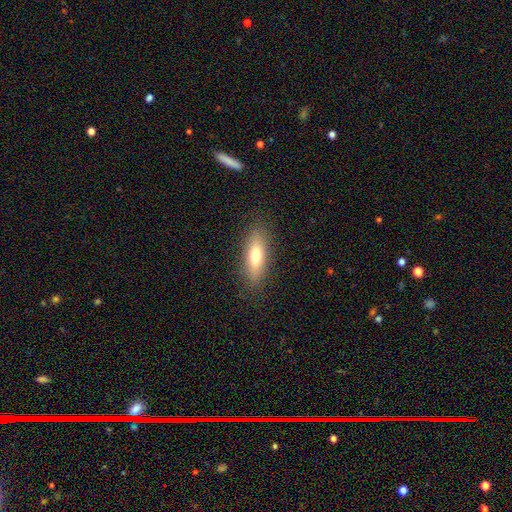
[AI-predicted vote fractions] Smooth or featured? smooth (70%)
How rounded? in between (53%)
Merging? none (86%)